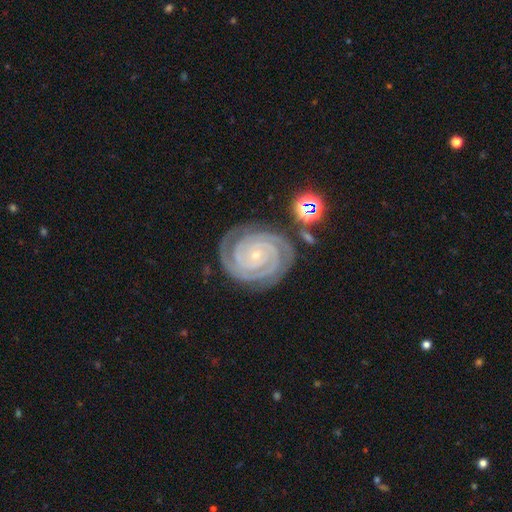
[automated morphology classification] type=featured or disk (92%); edge-on=no (98%); bar=no (76%); spiral arms=yes (99%); winding=tight (89%); arm count=2 (53%); bulge=small (88%); merging=none (81%).